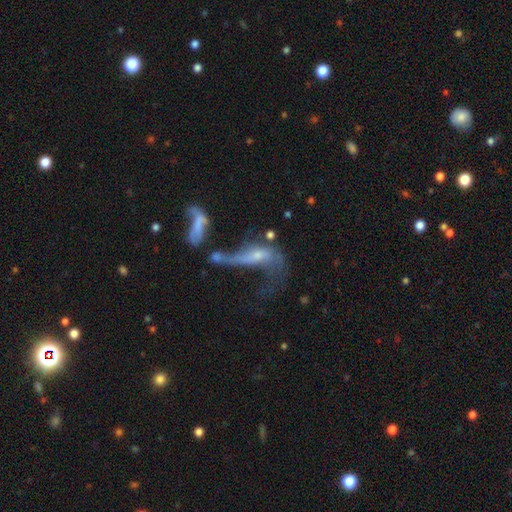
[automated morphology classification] featured or disk 62%, smooth 26%, star or artifact 12%. Down the decision tree: edge-on disk — no (85%); bar — no (65%); spiral arms — no (52%); bulge size — small (42%); merging — merger (49%).